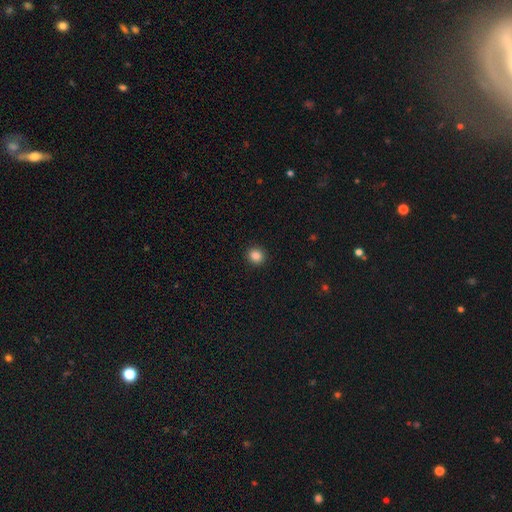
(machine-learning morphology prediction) The model was most divided on "how rounded": round: 85%, in between: 14%, cigar-shaped: 1%. More confident: merging — none (92%); smooth or featured — smooth (86%).